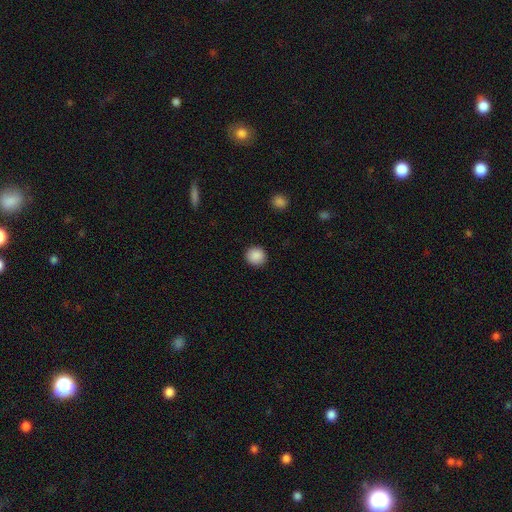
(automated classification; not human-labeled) smooth_or_featured: smooth (p=0.89) [alt: star or artifact p=0.08]
how_rounded: round (p=0.91) [alt: in between p=0.09]
merging: none (p=0.92) [alt: minor disturbance p=0.05]